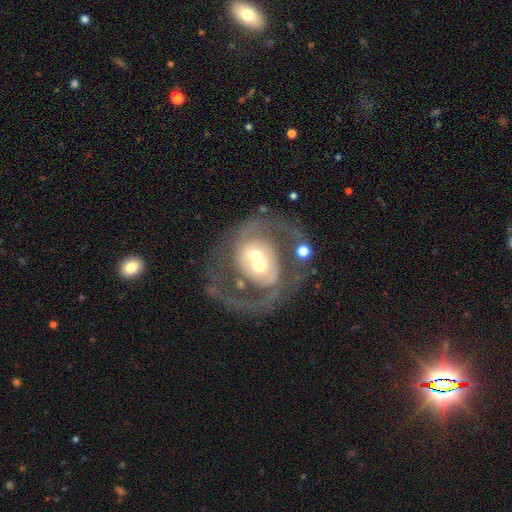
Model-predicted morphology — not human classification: Smooth or featured: featured or disk — 82% (smooth — 11%)
Edge-on disk: no — 97% (yes — 3%)
Bar: no — 61% (weak — 27%)
Spiral arms: yes — 83% (no — 17%)
Spiral winding: medium — 50% (tight — 25%)
Spiral arm count: 2 — 81% (can't tell — 8%)
Bulge size: moderate — 61% (small — 23%)
Merging: none — 47% (merger — 26%)